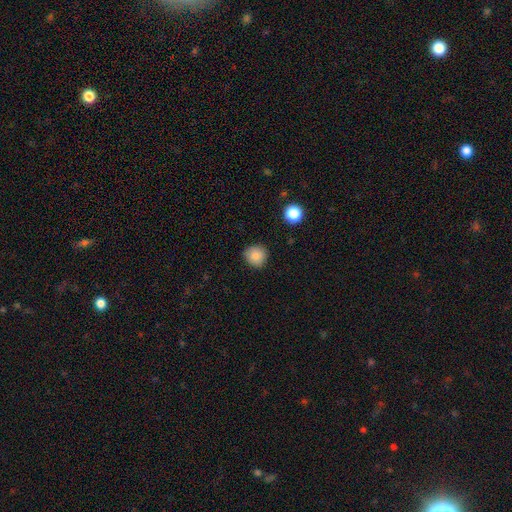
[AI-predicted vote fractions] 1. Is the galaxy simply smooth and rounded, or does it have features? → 85% smooth, 10% star or artifact, 5% featured or disk.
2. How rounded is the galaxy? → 93% round, 6% in between, 1% cigar-shaped.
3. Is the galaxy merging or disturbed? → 88% none, 9% minor disturbance, 2% major disturbance, 1% merger.